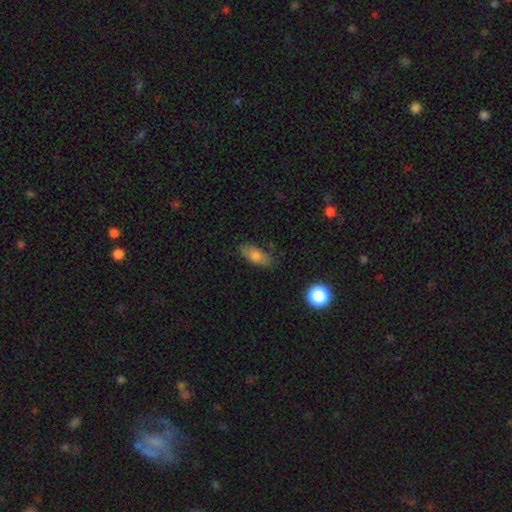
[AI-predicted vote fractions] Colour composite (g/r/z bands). It shows a smooth galaxy with no disk features (76%) that is in between round and cigar-shaped (79%). Merging: none (70%).